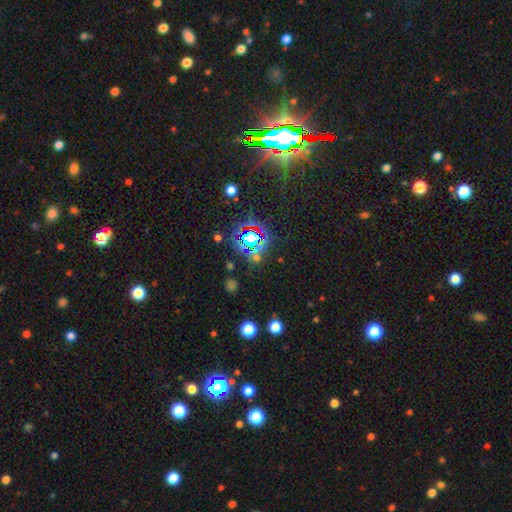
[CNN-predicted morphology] The model was most divided on "smooth or featured": star or artifact: 77%, smooth: 14%, featured or disk: 8%.